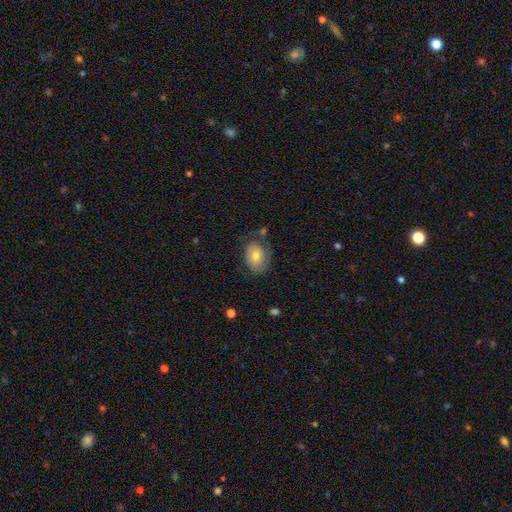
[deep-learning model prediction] smooth_or_featured: smooth (p=0.59) [alt: featured or disk p=0.33]
how_rounded: in between (p=0.70) [alt: round p=0.28]
merging: none (p=0.60) [alt: minor disturbance p=0.24]